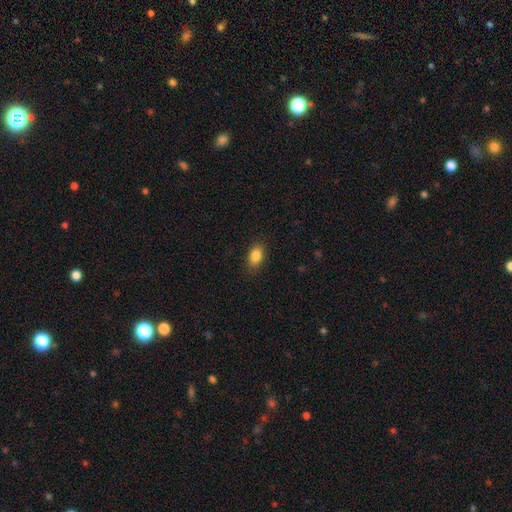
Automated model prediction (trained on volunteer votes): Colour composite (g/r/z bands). It shows a smooth galaxy with no disk features (87%) that is in between round and cigar-shaped (88%). Merging: none (87%).